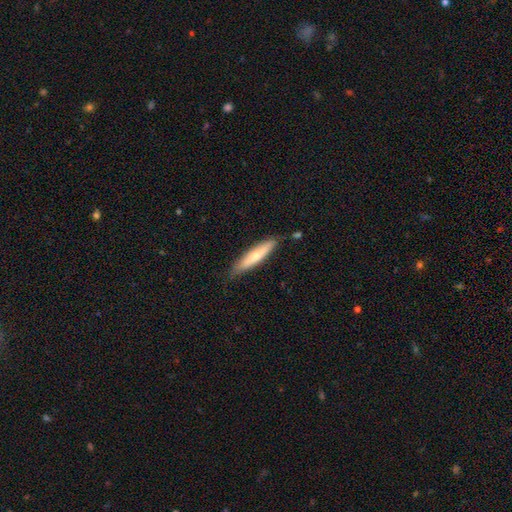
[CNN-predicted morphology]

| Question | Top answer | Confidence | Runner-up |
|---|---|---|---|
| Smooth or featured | smooth | 62% | featured or disk (32%) |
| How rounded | cigar-shaped | 85% | in between (13%) |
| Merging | none | 83% | minor disturbance (13%) |